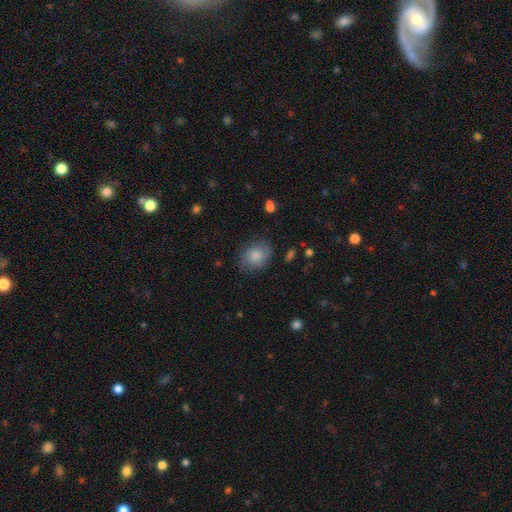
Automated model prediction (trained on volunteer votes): Smooth or featured? Predicted: smooth (p=0.82). How rounded? Predicted: round (p=0.50). Merging? Predicted: none (p=0.75).